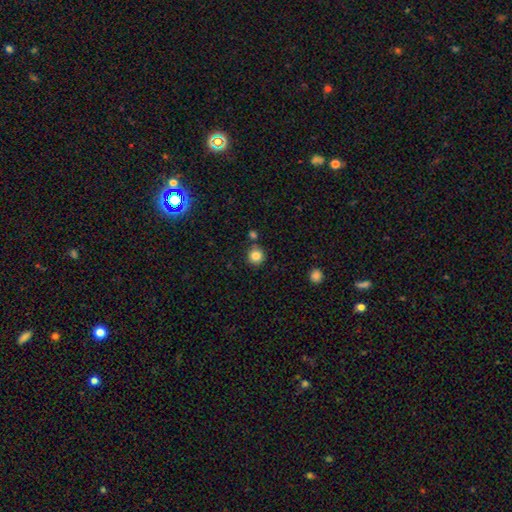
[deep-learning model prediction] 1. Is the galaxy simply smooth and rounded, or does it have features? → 84% smooth, 11% star or artifact, 5% featured or disk.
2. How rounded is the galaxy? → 92% round, 7% in between, 1% cigar-shaped.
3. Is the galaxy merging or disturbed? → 78% none, 10% merger, 10% minor disturbance, 3% major disturbance.